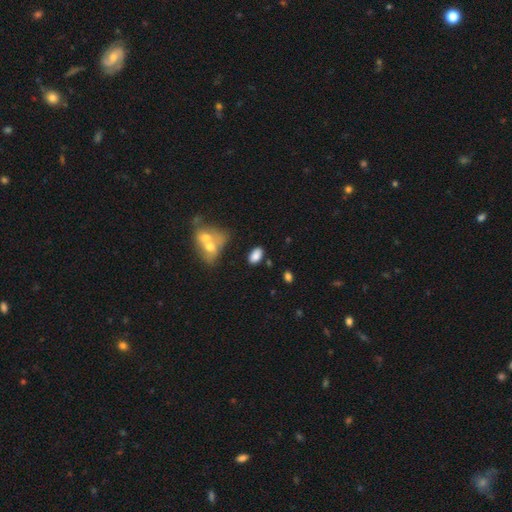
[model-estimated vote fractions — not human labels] Smooth or featured: smooth — 84% (star or artifact — 8%)
How rounded: in between — 93% (round — 5%)
Merging: none — 75% (minor disturbance — 13%)